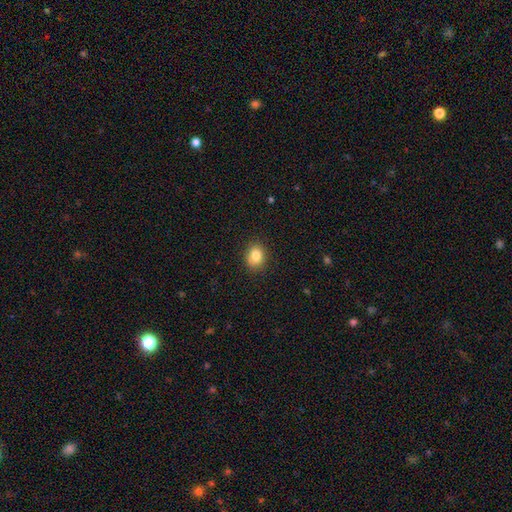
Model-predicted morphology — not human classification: Smooth or featured?
  - smooth: 82% *
  - star or artifact: 10%
  - featured or disk: 8%
How rounded?
  - round: 55% *
  - in between: 44%
  - cigar-shaped: 1%
Merging?
  - none: 88% *
  - minor disturbance: 9%
  - major disturbance: 2%
  - merger: 1%